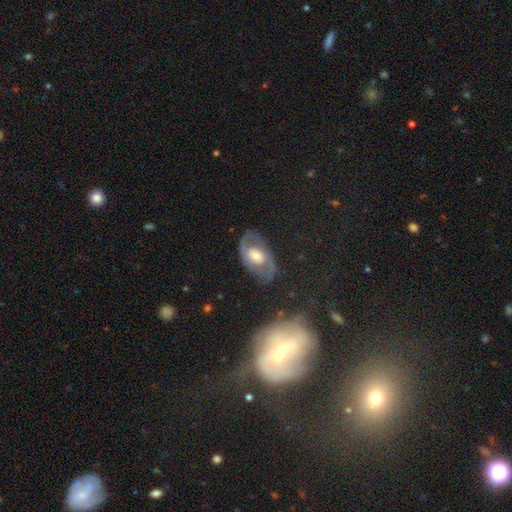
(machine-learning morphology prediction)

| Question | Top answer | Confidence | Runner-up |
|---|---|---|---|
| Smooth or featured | featured or disk | 68% | smooth (25%) |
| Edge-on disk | no | 93% | yes (7%) |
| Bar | no | 57% | weak (33%) |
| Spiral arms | yes | 69% | no (31%) |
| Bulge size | moderate | 53% | large (26%) |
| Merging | none | 73% | minor disturbance (16%) |